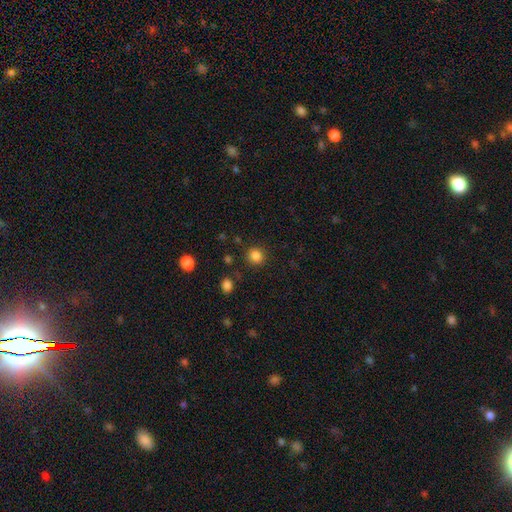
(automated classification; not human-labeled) Morphology: type=smooth (84%); roundness=round (89%); merging=none (88%).